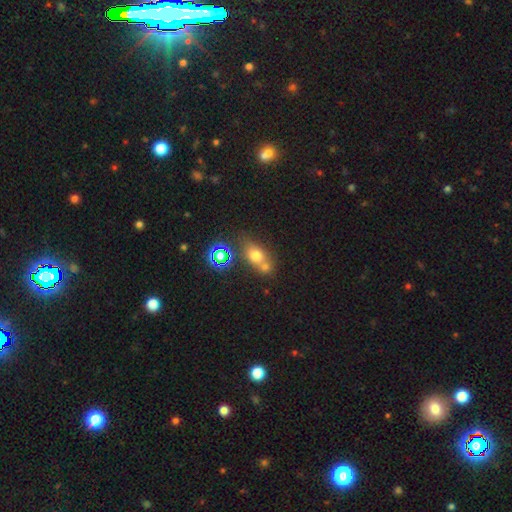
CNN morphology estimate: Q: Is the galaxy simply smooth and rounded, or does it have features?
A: smooth — 66%.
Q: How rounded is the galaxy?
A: in between — 52%.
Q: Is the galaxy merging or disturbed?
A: merger — 44%.